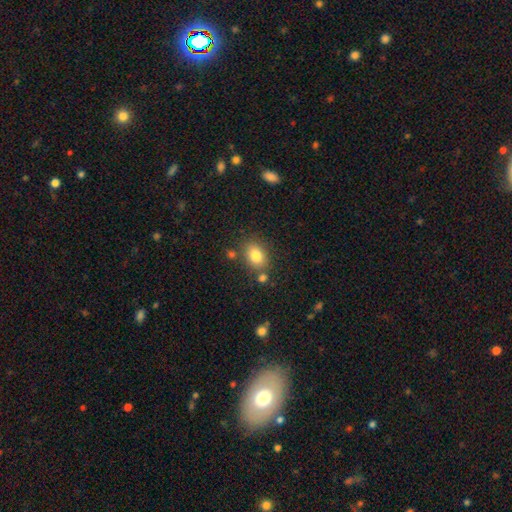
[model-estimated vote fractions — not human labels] The model was most divided on "how rounded": in between: 66%, round: 32%, cigar-shaped: 1%. More confident: smooth or featured — smooth (81%); merging — none (72%).